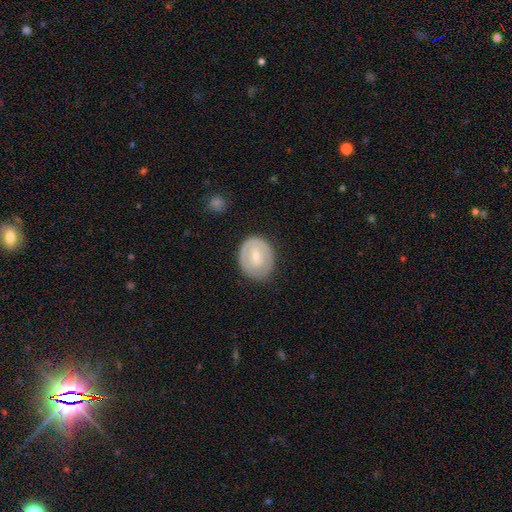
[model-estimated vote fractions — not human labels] The model was most divided on "smooth or featured": smooth: 50%, featured or disk: 44%, star or artifact: 6%. More confident: merging — none (76%); how rounded — round (60%).